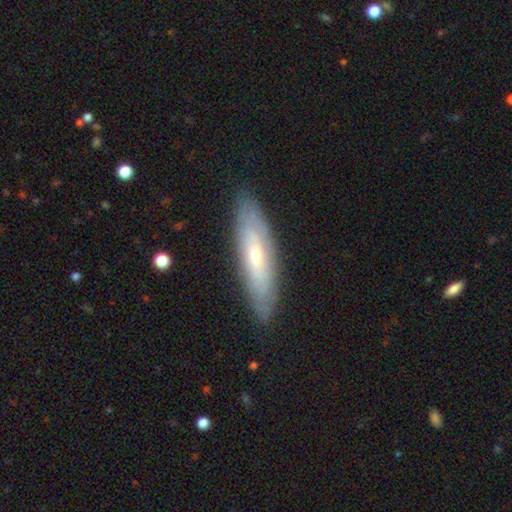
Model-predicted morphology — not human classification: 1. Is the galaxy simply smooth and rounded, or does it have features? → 55% featured or disk, 39% smooth, 6% star or artifact.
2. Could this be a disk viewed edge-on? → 55% no, 45% yes.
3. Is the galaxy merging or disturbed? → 85% none, 11% minor disturbance, 2% major disturbance, 1% merger.